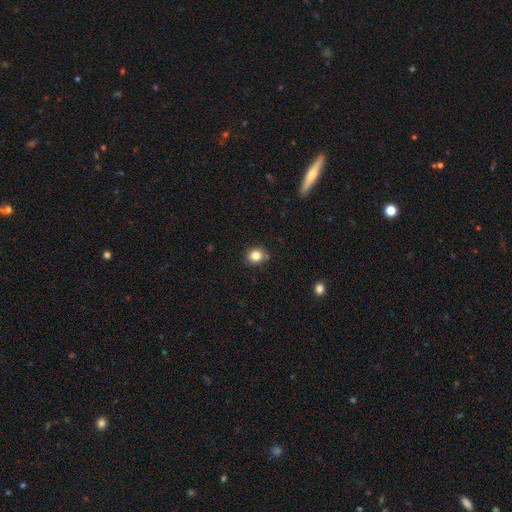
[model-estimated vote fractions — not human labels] Smooth or featured? Predicted: smooth (p=0.83). How rounded? Predicted: round (p=0.78). Merging? Predicted: none (p=0.83).